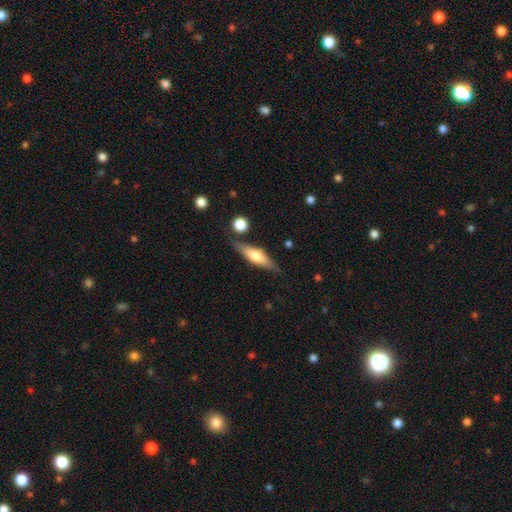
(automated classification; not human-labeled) Overall: featured or disk (47%, tied with smooth). Merging: none (79%).